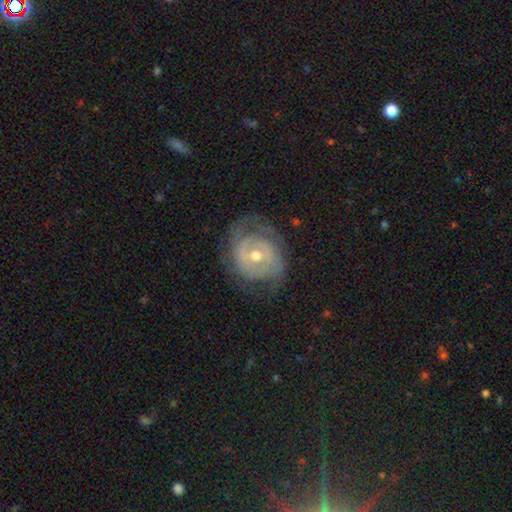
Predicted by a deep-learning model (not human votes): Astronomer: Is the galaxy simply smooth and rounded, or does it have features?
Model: featured or disk — 78%.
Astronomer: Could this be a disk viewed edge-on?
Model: no — 97%.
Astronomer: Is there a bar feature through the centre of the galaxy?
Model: no — 58%.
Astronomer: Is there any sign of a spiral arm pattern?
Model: yes — 77%.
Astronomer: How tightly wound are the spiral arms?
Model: tight — 60%.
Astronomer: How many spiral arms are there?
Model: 2 — 42% (runner-up: can't tell, 35%).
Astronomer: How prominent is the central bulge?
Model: moderate — 65%.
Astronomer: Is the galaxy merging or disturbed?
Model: none — 64%.